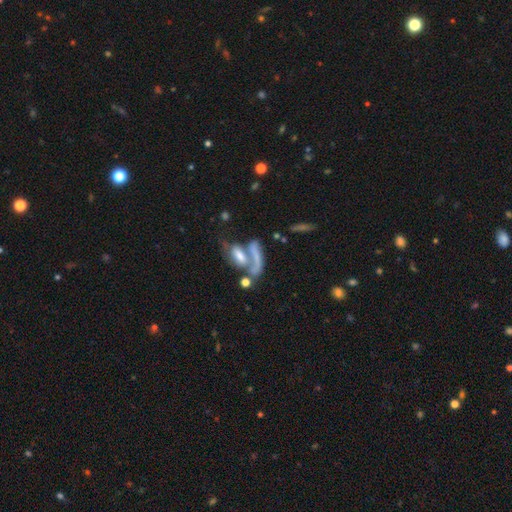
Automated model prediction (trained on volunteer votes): Smooth or featured: featured or disk — 50% (smooth — 39%)
Edge-on disk: no — 85% (yes — 15%)
Merging: merger — 51% (none — 21%)